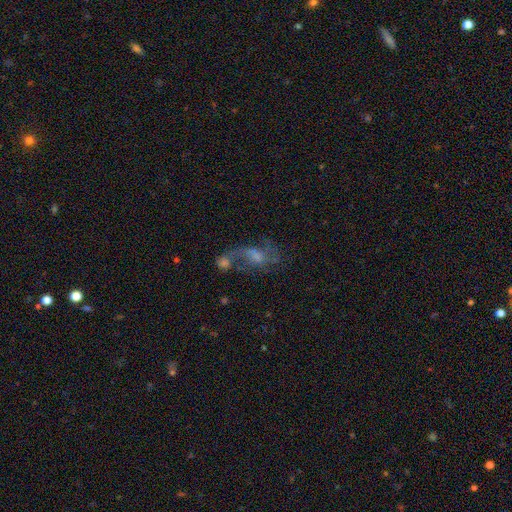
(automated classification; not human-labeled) A featured or disk galaxy (62%) with no bar (53%), spiral arms (78%) and a moderate central bulge (40%).

Vote fractions:
- Smooth or featured? featured or disk: 62% / smooth: 20% / star or artifact: 18%
- Edge-on disk? no: 94% / yes: 6%
- Bar? no: 53% / weak: 38% / strong: 9%
- Spiral arms? yes: 78% / no: 22%
- Bulge size? moderate: 40% / small: 35% / none: 14% / large: 8% / dominant: 2%
- Merging? none: 37% / merger: 30% / major disturbance: 18% / minor disturbance: 14%